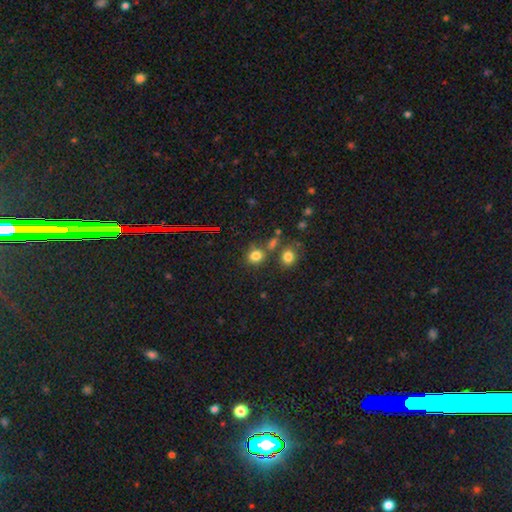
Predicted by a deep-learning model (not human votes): A smooth galaxy with no disk features (78%) that is round (68%). Merging: none (67%).